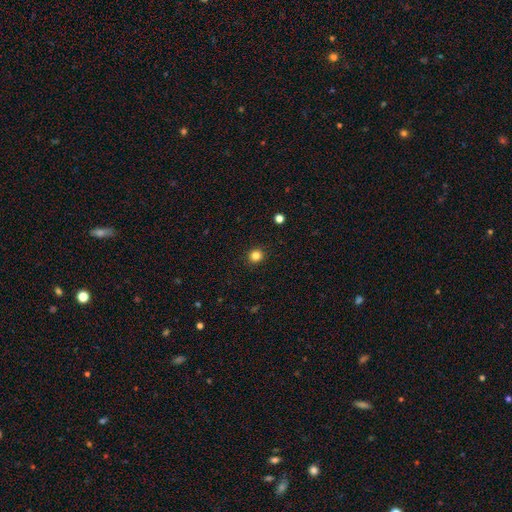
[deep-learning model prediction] Smooth or featured? smooth (83%)
How rounded? round (92%)
Merging? none (93%)